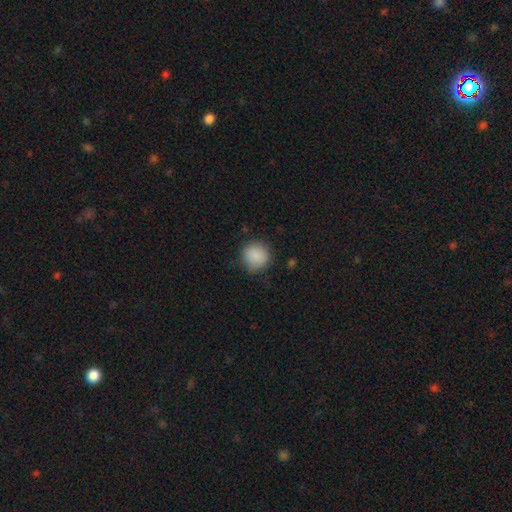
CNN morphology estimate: Smooth or featured? Predicted: smooth (p=0.88). How rounded? Predicted: round (p=0.91). Merging? Predicted: none (p=0.83).